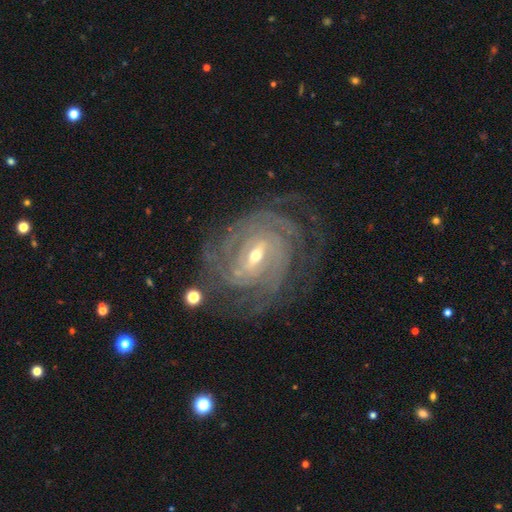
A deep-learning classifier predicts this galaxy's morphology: The model was most divided on "spiral arm count": 4: 28%, can't tell: 24%, 3: 19%, 2: 12%, more than 4: 11%, 1: 6%. Remaining: spiral arms — yes (97%); edge-on disk — no (96%); smooth or featured — featured or disk (90%); spiral winding — tight (77%); merging — none (74%); bulge size — small (53%); bar — weak (45%).